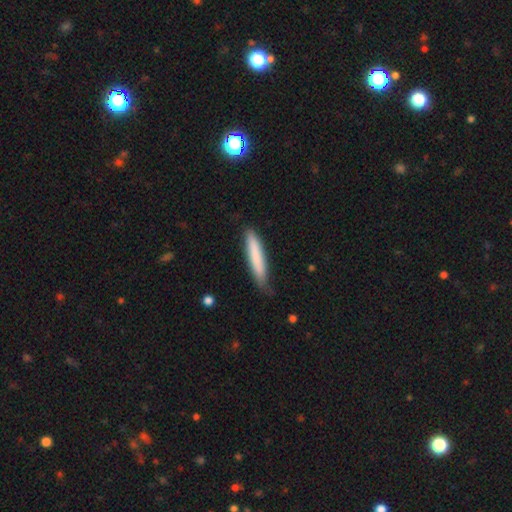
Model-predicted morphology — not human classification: This appears to be a smooth galaxy with no disk features (79%) that is cigar-shaped (92%). Merging: none (74%).